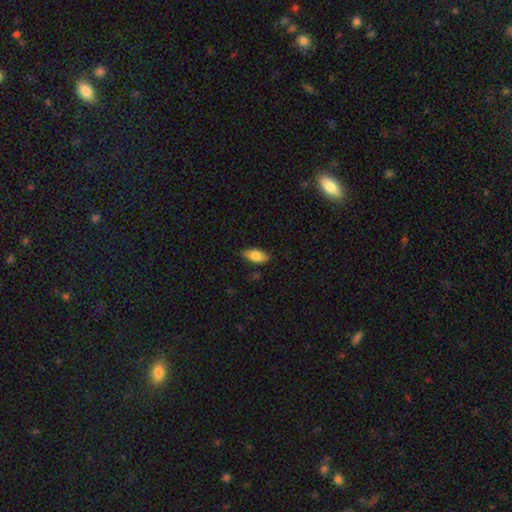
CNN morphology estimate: Overall: smooth (80%). How rounded: in between (88%). Merging: none (85%).